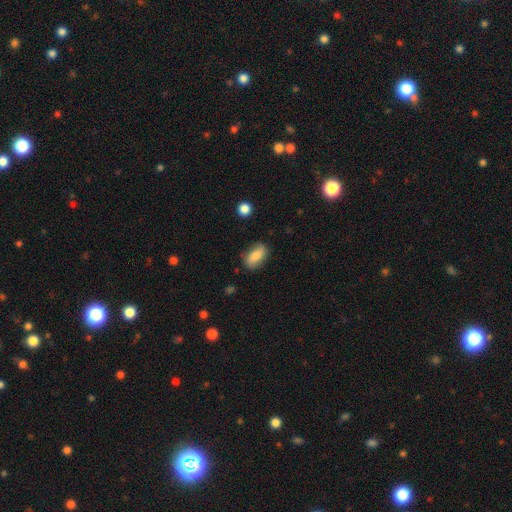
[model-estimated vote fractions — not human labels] This appears to be a smooth galaxy with no disk features (75%) that is in between round and cigar-shaped (83%). Merging: none (81%).